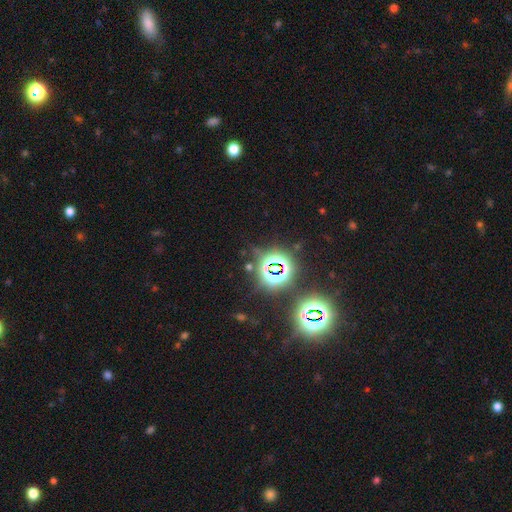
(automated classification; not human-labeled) Overall: star or artifact (82%).